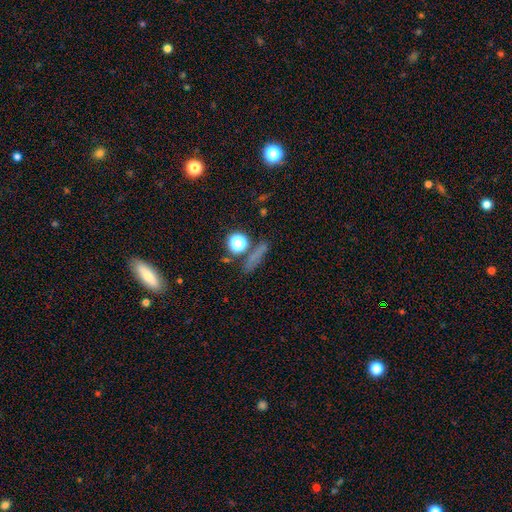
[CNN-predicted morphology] The model was most divided on "how rounded": cigar-shaped: 54%, round: 28%, in between: 19%. More confident: merging — none (74%); smooth or featured — smooth (57%).